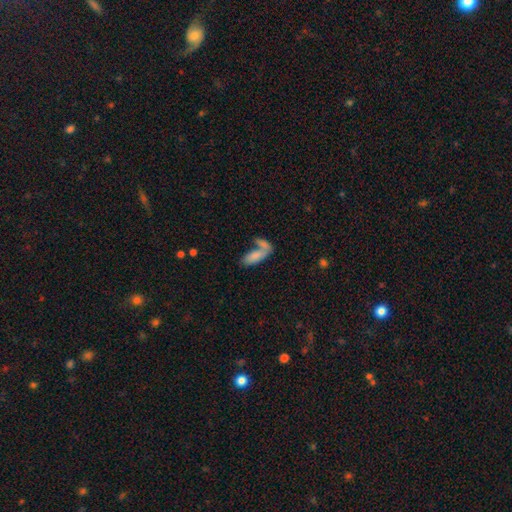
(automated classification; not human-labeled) Morphology: type=smooth (78%); roundness=in between (77%); merging=merger (56%).